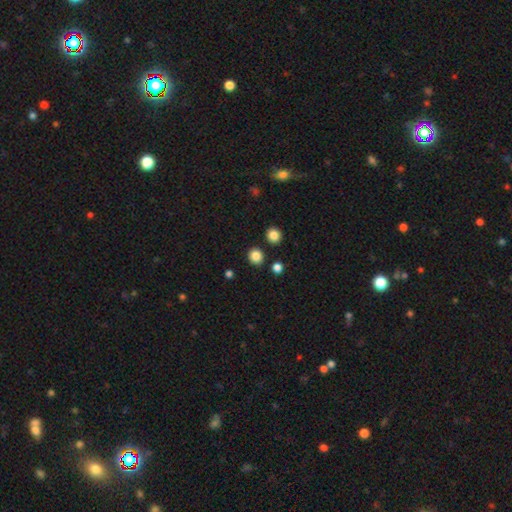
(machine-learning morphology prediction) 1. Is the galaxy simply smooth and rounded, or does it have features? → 85% smooth, 12% star or artifact, 4% featured or disk.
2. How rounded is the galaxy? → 87% round, 12% in between, 1% cigar-shaped.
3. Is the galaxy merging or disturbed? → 88% none, 6% minor disturbance, 4% merger, 2% major disturbance.